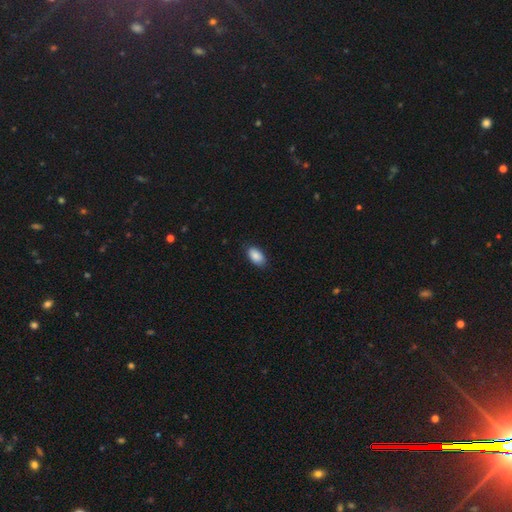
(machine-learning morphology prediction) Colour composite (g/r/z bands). It shows a smooth galaxy with no disk features (89%) that is in between round and cigar-shaped (93%). Merging: none (85%).